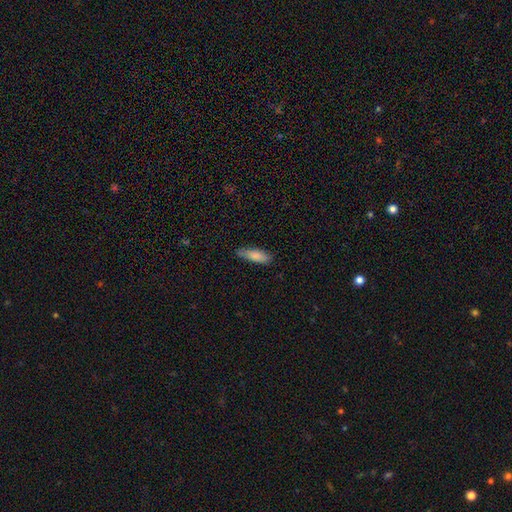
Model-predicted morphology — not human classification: Q: Smooth or featured?
A: smooth (82%); runner-up: featured or disk (12%)
Q: How rounded?
A: cigar-shaped (50%); runner-up: in between (48%)
Q: Merging?
A: none (76%); runner-up: minor disturbance (19%)